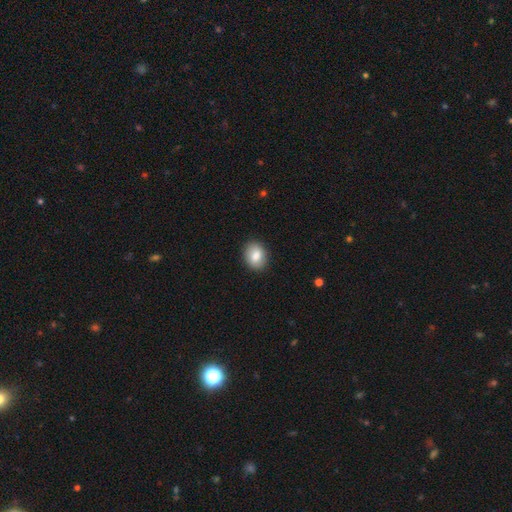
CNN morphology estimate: smooth 83%, featured or disk 9%, star or artifact 8%. Down the decision tree: how rounded — in between (56%); merging — none (88%).